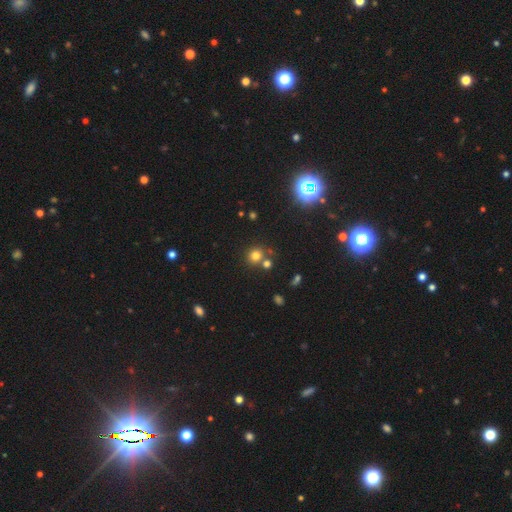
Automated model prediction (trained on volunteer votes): A smooth galaxy with no disk features (74%) that is round (84%).

Vote fractions:
- Smooth or featured? smooth: 74% / star or artifact: 18% / featured or disk: 7%
- How rounded? round: 84% / in between: 15% / cigar-shaped: 1%
- Merging? none: 68% / merger: 20% / minor disturbance: 9% / major disturbance: 3%